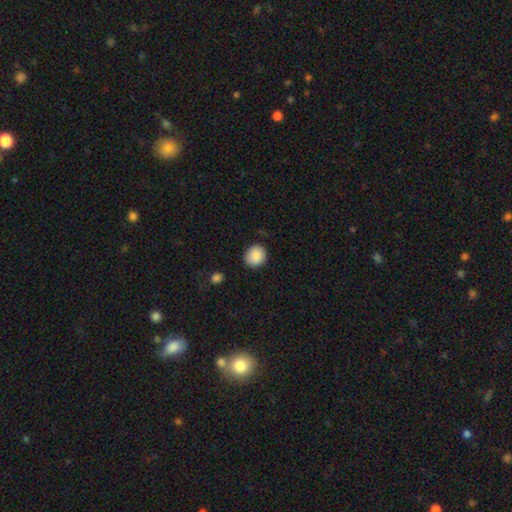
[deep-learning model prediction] Smooth or featured? smooth (88%)
How rounded? round (78%)
Merging? none (86%)